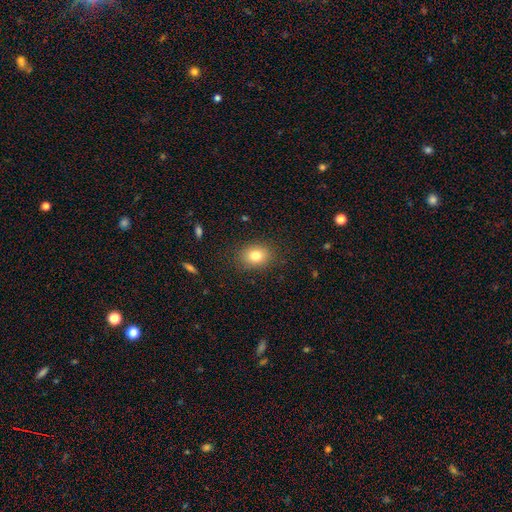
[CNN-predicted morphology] Overall: smooth (80%). How rounded: round (51%; in between 49%). Merging: none (86%).